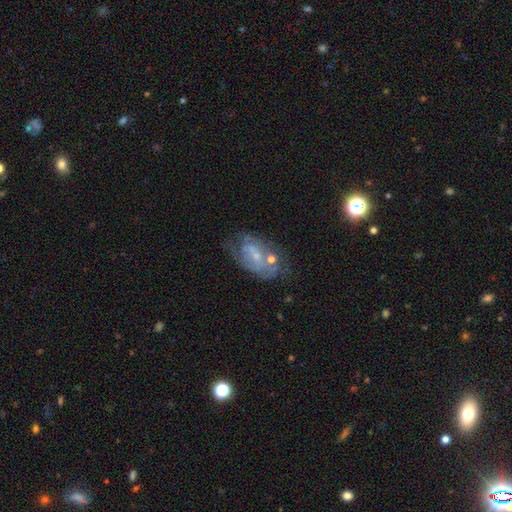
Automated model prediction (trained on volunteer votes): featured or disk 65%, smooth 24%, star or artifact 11%. Down the decision tree: edge-on disk — no (94%); bar — no (53%); spiral arms — yes (63%); bulge size — small (63%); merging — none (45%).